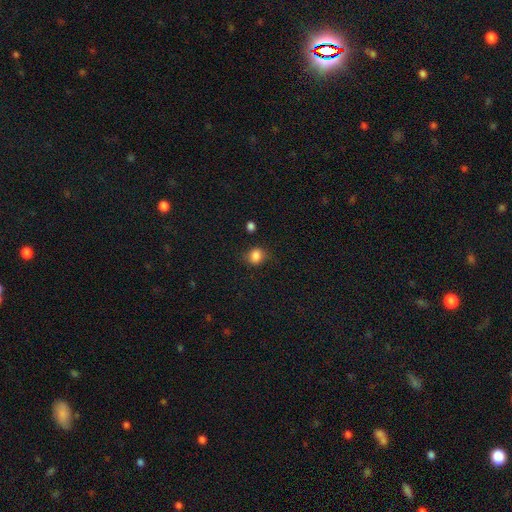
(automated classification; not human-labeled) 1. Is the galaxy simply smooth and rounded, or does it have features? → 84% smooth, 11% star or artifact, 5% featured or disk.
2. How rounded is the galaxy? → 57% round, 42% in between, 1% cigar-shaped.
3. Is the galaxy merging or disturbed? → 73% none, 18% minor disturbance, 6% major disturbance, 3% merger.